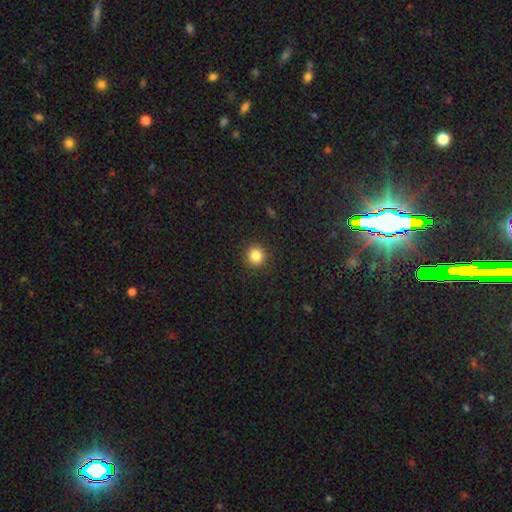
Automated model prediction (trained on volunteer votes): A smooth galaxy with no disk features (84%) that is round (93%).

Vote fractions:
- Smooth or featured? smooth: 84% / star or artifact: 11% / featured or disk: 4%
- How rounded? round: 93% / in between: 6% / cigar-shaped: 1%
- Merging? none: 92% / minor disturbance: 5% / major disturbance: 2% / merger: 1%